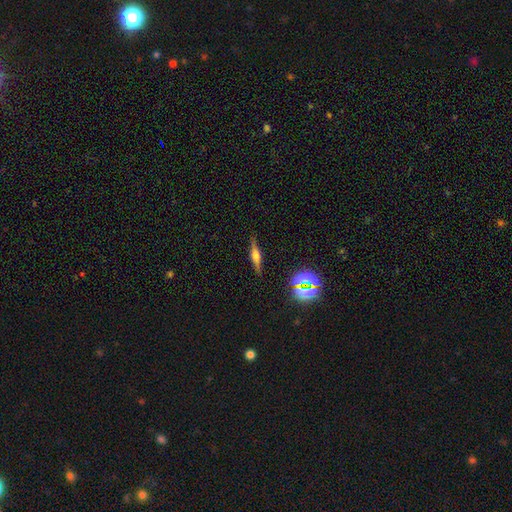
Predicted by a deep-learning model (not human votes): The model was most divided on "smooth or featured": featured or disk: 61%, smooth: 27%, star or artifact: 12%. More confident: edge-on disk — yes (96%); merging — none (87%); edge-on bulge — rounded (78%).